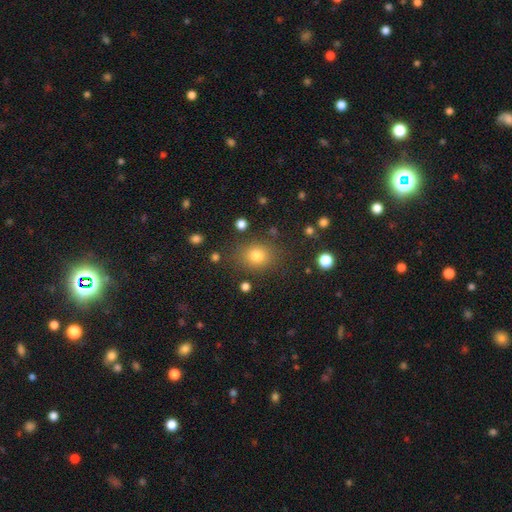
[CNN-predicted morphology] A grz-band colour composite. It shows a smooth galaxy with no disk features (79%) that is round (62%). Merging: none (80%).